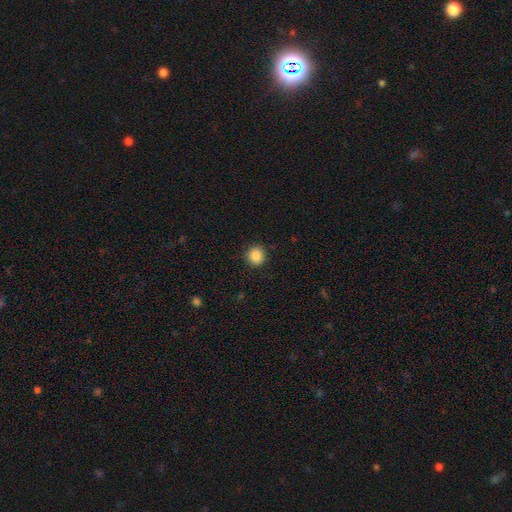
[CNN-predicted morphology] smooth-or-featured: smooth: 86% | star or artifact: 10% | featured or disk: 4%
  how-rounded: round: 93% | in between: 6% | cigar-shaped: 1%
  merging: none: 92% | minor disturbance: 5% | major disturbance: 2% | merger: 1%